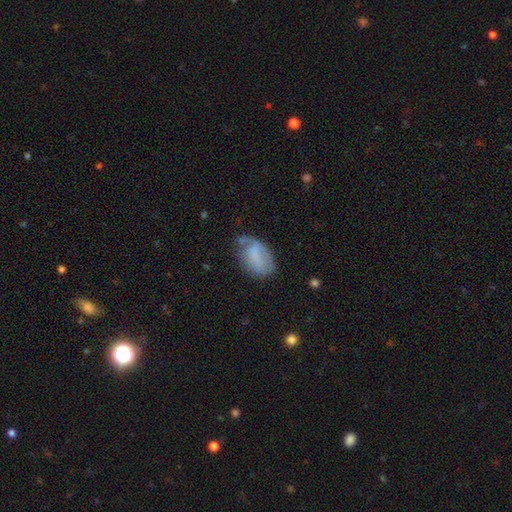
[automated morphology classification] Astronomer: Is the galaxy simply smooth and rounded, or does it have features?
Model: smooth — 62%.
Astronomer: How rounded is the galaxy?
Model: in between — 89%.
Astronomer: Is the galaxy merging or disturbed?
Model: none — 39% (runner-up: minor disturbance, 37%).